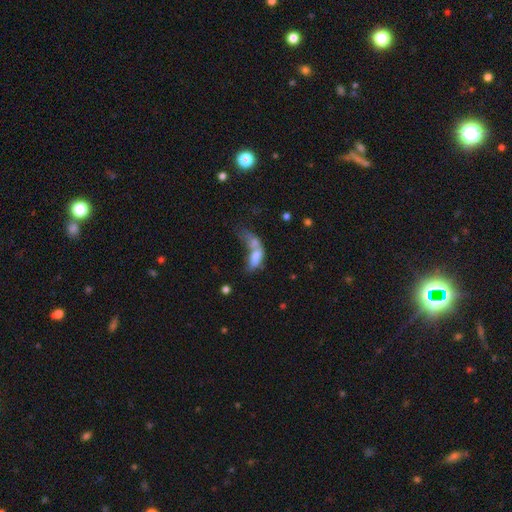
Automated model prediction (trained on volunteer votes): The model was most divided on "merging": merger: 57%, major disturbance: 24%, none: 11%, minor disturbance: 9%. More confident: how rounded — in between (79%); smooth or featured — smooth (62%).